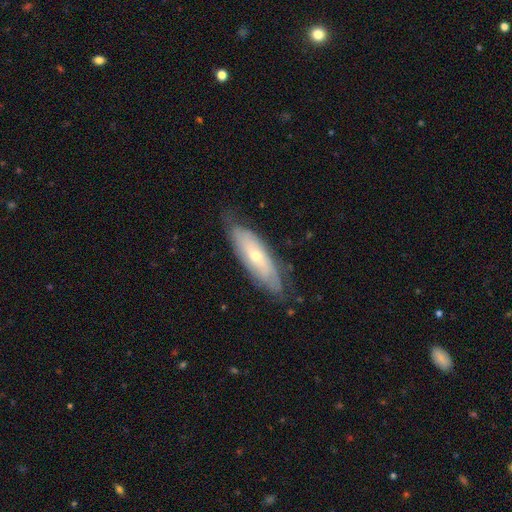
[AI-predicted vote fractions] smooth_or_featured: featured or disk (p=0.58) [alt: smooth p=0.36]
disk_edge_on: no (p=0.69) [alt: yes p=0.31]
merging: none (p=0.71) [alt: minor disturbance p=0.23]